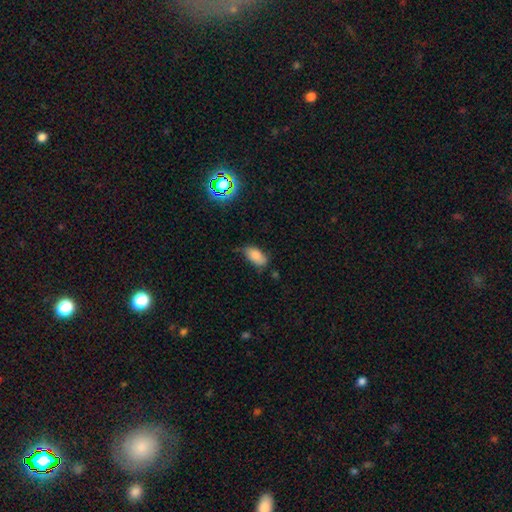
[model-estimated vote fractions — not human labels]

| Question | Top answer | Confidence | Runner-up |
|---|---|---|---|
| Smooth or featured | smooth | 82% | star or artifact (10%) |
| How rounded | in between | 92% | cigar-shaped (4%) |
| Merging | none | 60% | minor disturbance (32%) |